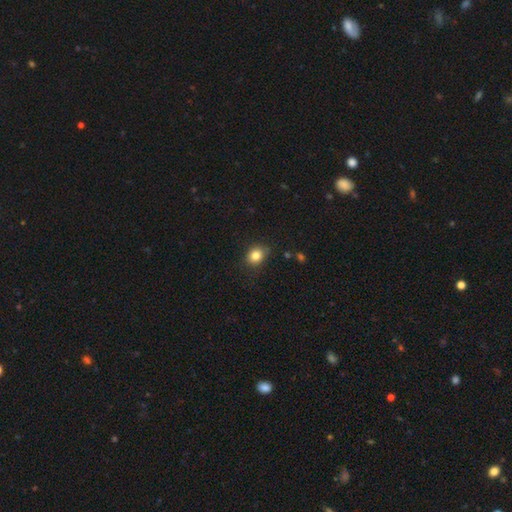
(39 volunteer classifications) Smooth or featured? 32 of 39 (82%) said smooth. How rounded? 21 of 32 (66%) said round. Merging? 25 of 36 (69%) said none.